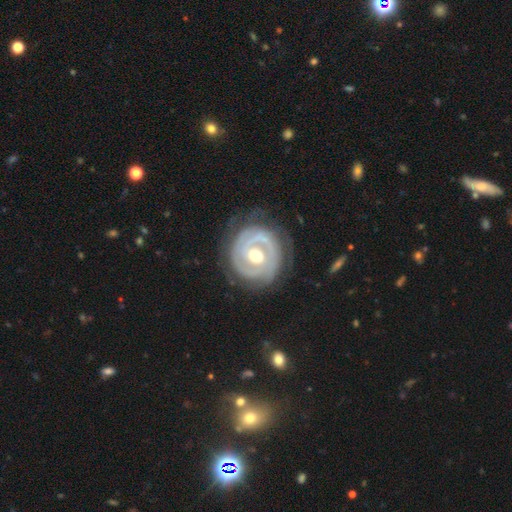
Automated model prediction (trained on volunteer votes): This is clearly a featured or disk galaxy (84%). It is clearly not viewed edge-on (97%). Bar: likely no (66%). Spiral arm pattern: clearly yes (86%). Spiral arm count: marginally 2 (37%). Spiral winding: likely tight (73%). Central bulge: likely moderate (78%). Merging: likely none (71%).